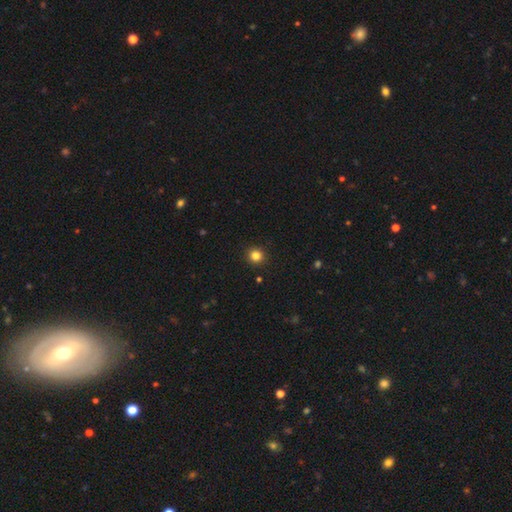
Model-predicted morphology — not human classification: Overall: smooth (83%). How rounded: round (94%). Merging: none (93%).